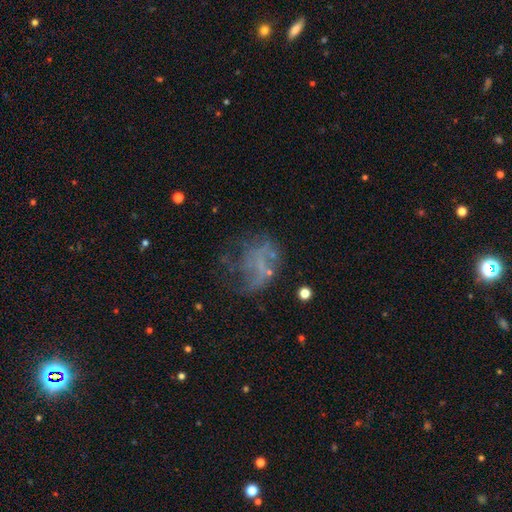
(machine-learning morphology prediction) A featured or disk galaxy (51%) with no bar (84%), no spiral arms (79%) and no central bulge (78%).

Vote fractions:
- Smooth or featured? featured or disk: 51% / smooth: 28% / star or artifact: 21%
- Edge-on disk? no: 98% / yes: 2%
- Bar? no: 84% / weak: 12% / strong: 4%
- Spiral arms? no: 79% / yes: 21%
- Bulge size? none: 78% / small: 14% / moderate: 5% / large: 2% / dominant: 1%
- Merging? none: 39% / major disturbance: 37% / minor disturbance: 19% / merger: 6%